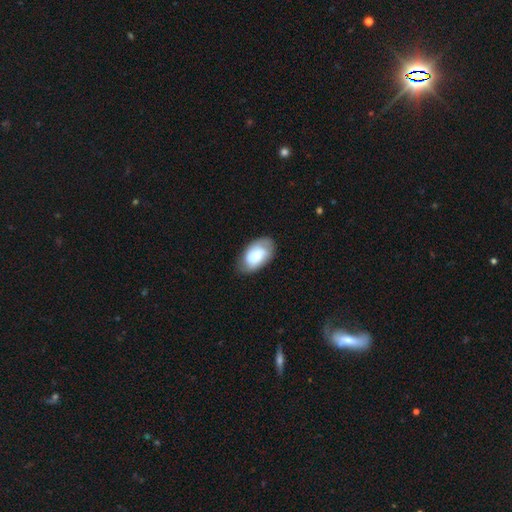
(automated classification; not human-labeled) Smooth or featured?
  - smooth: 61% *
  - featured or disk: 32%
  - star or artifact: 7%
How rounded?
  - in between: 93% *
  - round: 5%
  - cigar-shaped: 2%
Merging?
  - none: 69% *
  - minor disturbance: 23%
  - major disturbance: 6%
  - merger: 1%